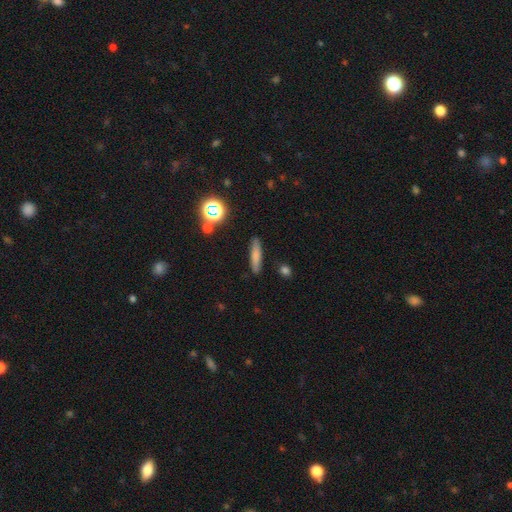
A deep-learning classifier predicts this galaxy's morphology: Smooth or featured: smooth — 74% (featured or disk — 16%)
How rounded: cigar-shaped — 83% (in between — 14%)
Merging: none — 87% (minor disturbance — 9%)